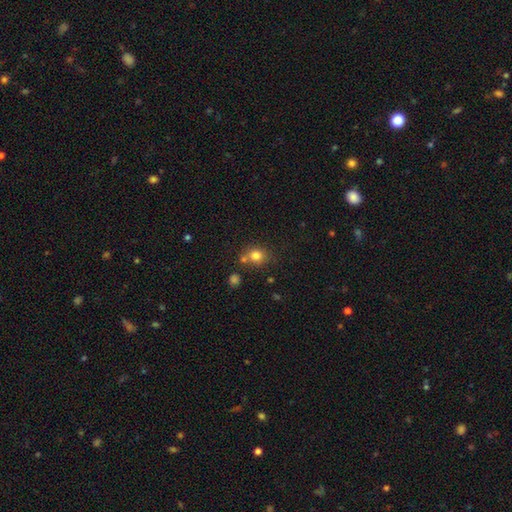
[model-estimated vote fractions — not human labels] smooth_or_featured: smooth (p=0.80) [alt: star or artifact p=0.12]
how_rounded: round (p=0.79) [alt: in between p=0.20]
merging: none (p=0.65) [alt: merger p=0.20]